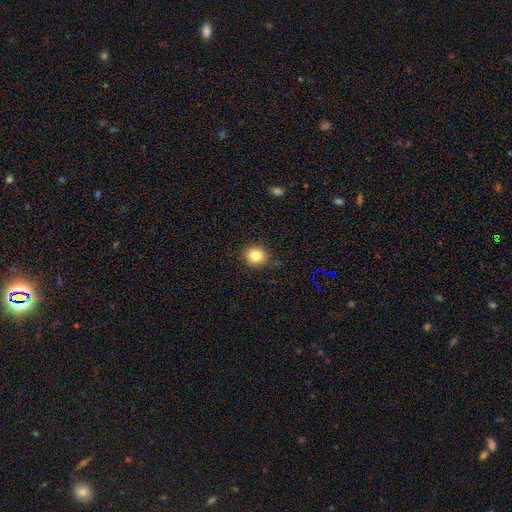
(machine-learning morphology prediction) smooth 82%, star or artifact 11%, featured or disk 7%. Down the decision tree: how rounded — round (77%); merging — none (86%).